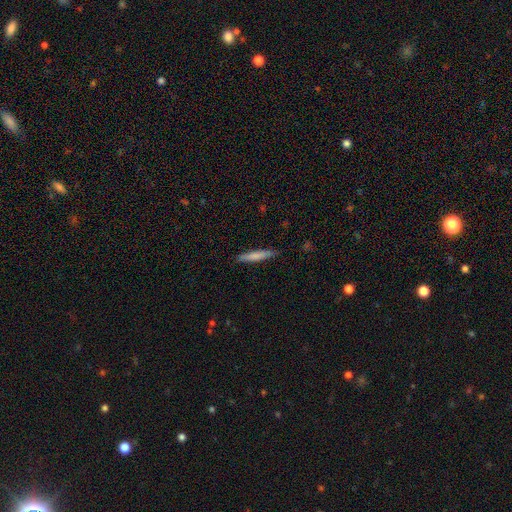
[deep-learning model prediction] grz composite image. It shows a smooth galaxy with no disk features (74%) that is cigar-shaped (92%). Merging: none (87%).